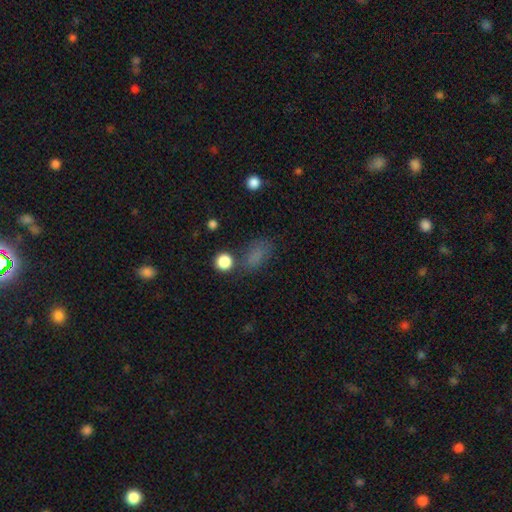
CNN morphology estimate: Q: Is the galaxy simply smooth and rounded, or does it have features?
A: smooth — 72%.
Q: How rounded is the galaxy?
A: in between — 79%.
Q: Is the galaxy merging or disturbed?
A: none — 61%.